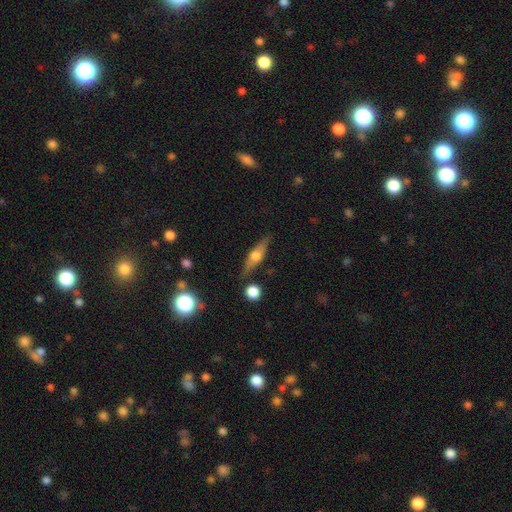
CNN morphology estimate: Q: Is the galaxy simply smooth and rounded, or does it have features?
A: featured or disk — 61%.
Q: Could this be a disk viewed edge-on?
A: yes — 92%.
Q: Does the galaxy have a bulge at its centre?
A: rounded — 92%.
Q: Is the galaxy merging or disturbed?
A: none — 81%.